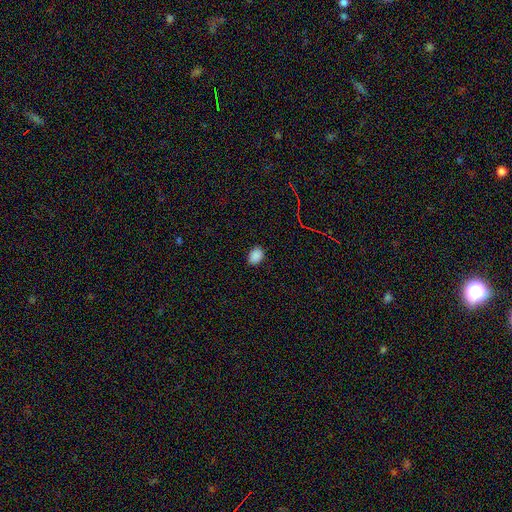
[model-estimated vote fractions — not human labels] Morphology: type=smooth (87%); roundness=in between (76%); merging=none (86%).